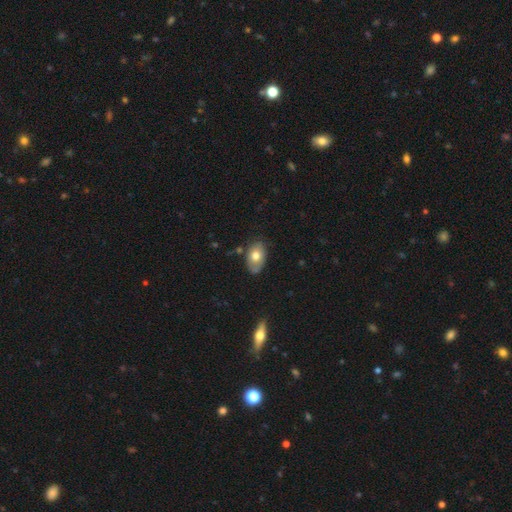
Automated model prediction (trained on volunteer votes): Smooth or featured? smooth (69%)
How rounded? in between (89%)
Merging? none (70%)